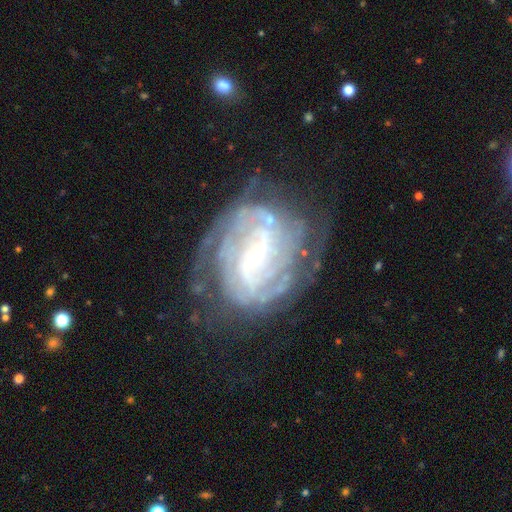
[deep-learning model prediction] This is clearly a featured or disk galaxy (87%). It is clearly not viewed edge-on (97%). Bar: possibly weak (48%). Spiral arm pattern: clearly yes (95%). Spiral arm count: marginally 2 (35%). Spiral winding: likely tight (61%). Central bulge: likely small (68%). Merging: likely none (66%).